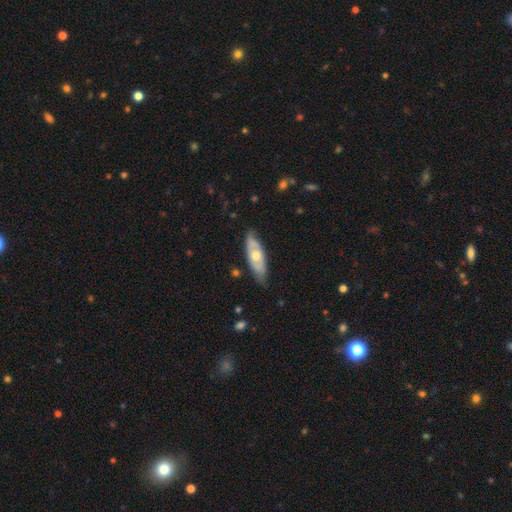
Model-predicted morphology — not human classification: Smooth or featured? featured or disk (53%)
Edge-on disk? no (67%)
Merging? none (75%)